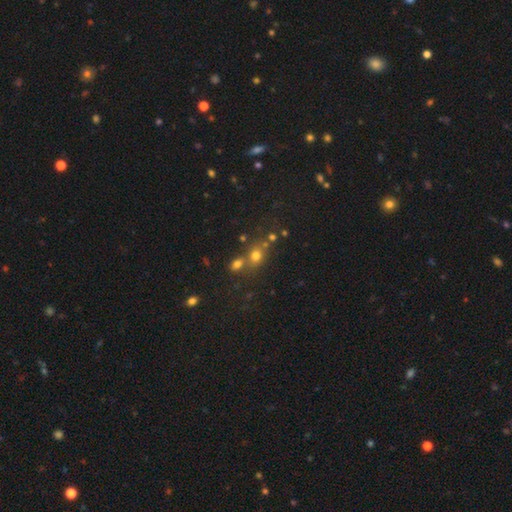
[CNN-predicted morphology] Smooth or featured? Predicted: smooth (p=0.65). How rounded? Predicted: round (p=0.67). Merging? Predicted: none (p=0.51).